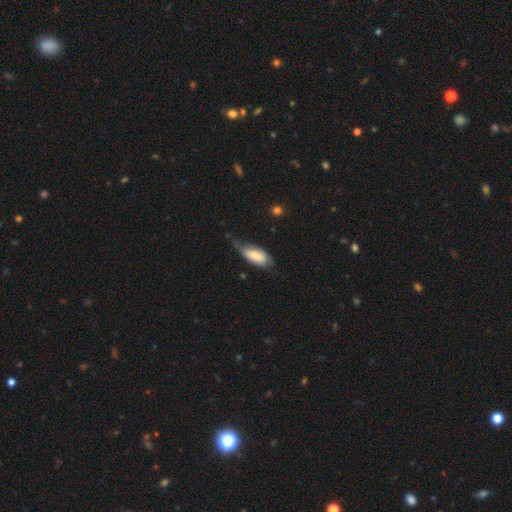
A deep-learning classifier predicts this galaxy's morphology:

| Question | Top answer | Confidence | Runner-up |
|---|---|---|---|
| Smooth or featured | smooth | 70% | featured or disk (24%) |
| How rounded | in between | 85% | cigar-shaped (13%) |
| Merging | none | 45% | minor disturbance (39%) |